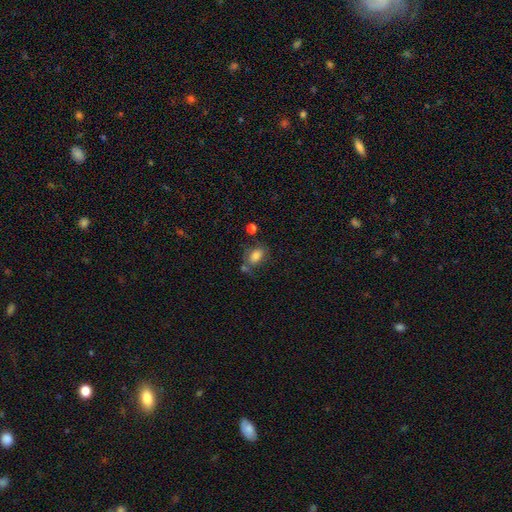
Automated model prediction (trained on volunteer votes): Smooth or featured? smooth (78%)
How rounded? in between (84%)
Merging? none (54%)